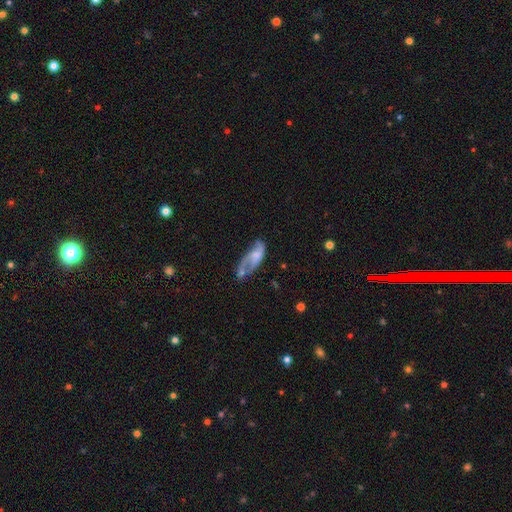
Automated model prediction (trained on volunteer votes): A featured or disk galaxy (53%). Merging: none (32%, tied with major disturbance).